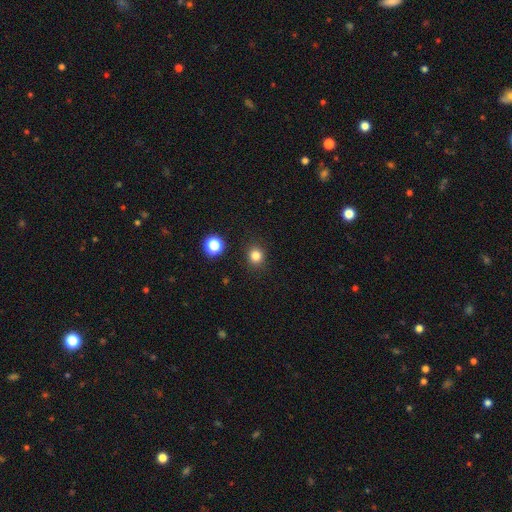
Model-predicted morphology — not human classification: Smooth or featured? smooth (82%)
How rounded? round (86%)
Merging? none (90%)